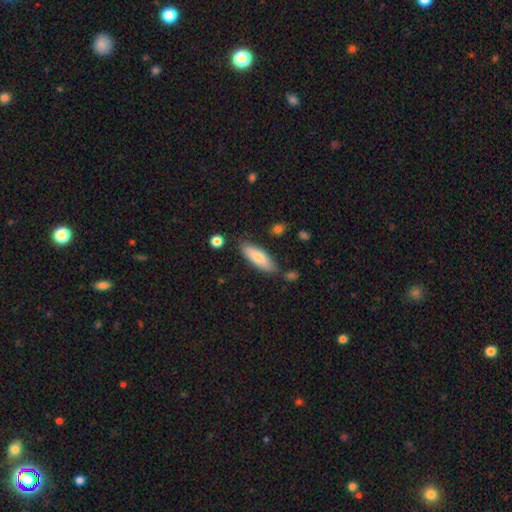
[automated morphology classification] Smooth or featured? Predicted: smooth (p=0.75). How rounded? Predicted: in between (p=0.51). Merging? Predicted: none (p=0.82).